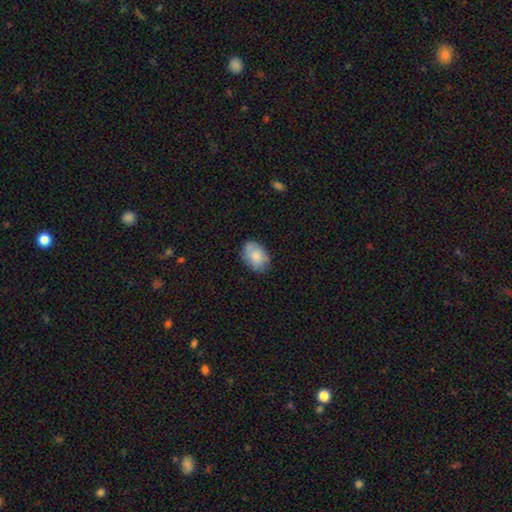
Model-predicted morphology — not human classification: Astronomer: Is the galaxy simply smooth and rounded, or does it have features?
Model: smooth — 77%.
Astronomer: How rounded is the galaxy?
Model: in between — 81%.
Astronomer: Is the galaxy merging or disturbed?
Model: none — 77%.